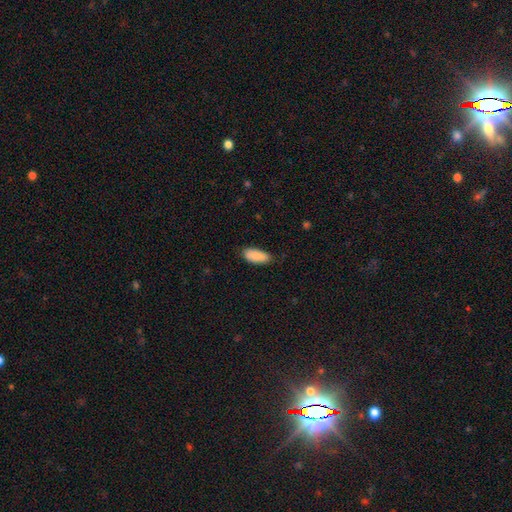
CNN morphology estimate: This is clearly a smooth galaxy (90%). How rounded: clearly in between (86%). Merging: clearly none (81%).